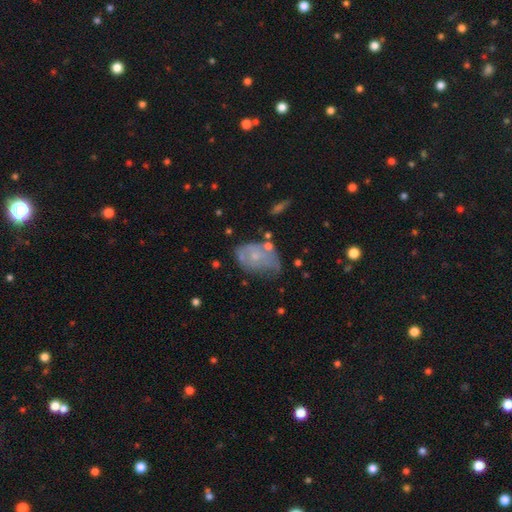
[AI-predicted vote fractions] Q: Smooth or featured?
A: featured or disk (52%); runner-up: smooth (38%)
Q: Edge-on disk?
A: no (95%); runner-up: yes (5%)
Q: Bar?
A: no (85%); runner-up: weak (13%)
Q: Spiral arms?
A: no (57%); runner-up: yes (43%)
Q: Bulge size?
A: small (68%); runner-up: moderate (21%)
Q: Merging?
A: none (35%); tied with: minor disturbance (35%)